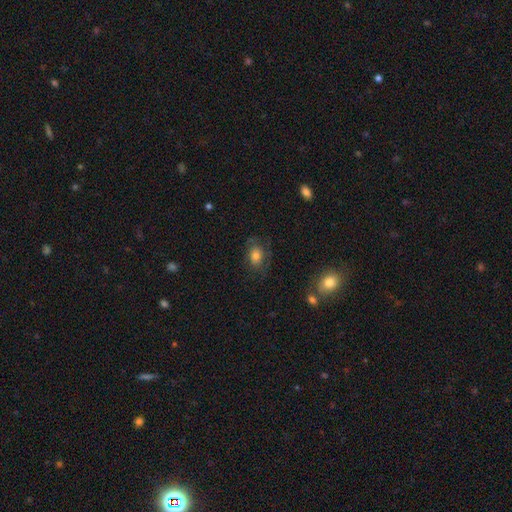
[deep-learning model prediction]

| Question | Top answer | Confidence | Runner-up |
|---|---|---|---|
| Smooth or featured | smooth | 60% | featured or disk (28%) |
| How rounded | in between | 71% | round (27%) |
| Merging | none | 65% | minor disturbance (20%) |